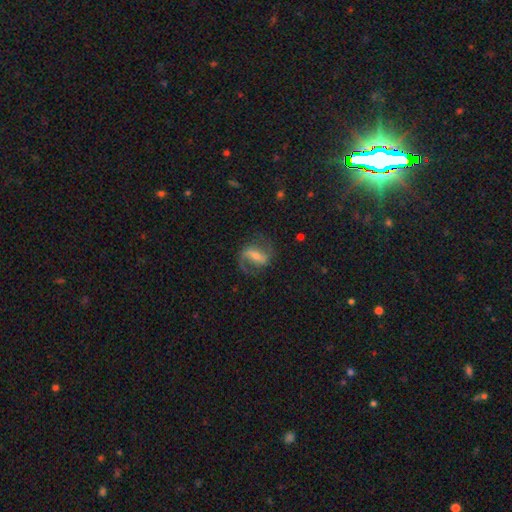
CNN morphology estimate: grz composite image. It shows a featured or disk galaxy (82%) with a strong bar (48%), 2 (74%) medium (47%) spiral arms (94%) and a small central bulge (43%). Merging: none (67%).